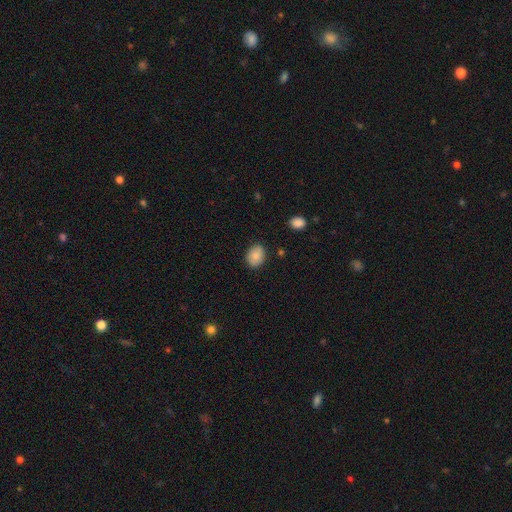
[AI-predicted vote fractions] Q: Smooth or featured?
A: smooth (82%); runner-up: featured or disk (11%)
Q: How rounded?
A: in between (51%); runner-up: round (48%)
Q: Merging?
A: none (85%); runner-up: minor disturbance (11%)